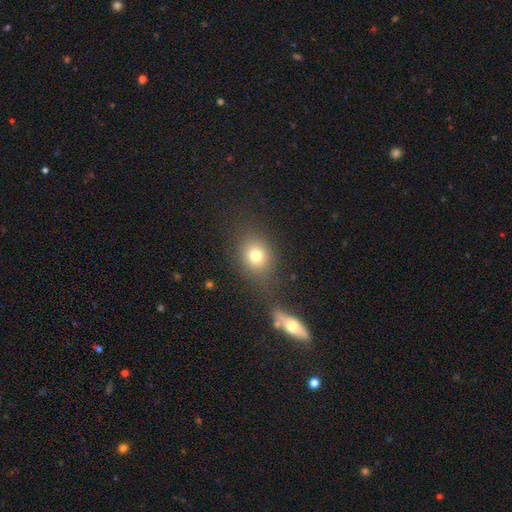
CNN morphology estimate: This appears to be a smooth galaxy with no disk features (75%) that is round (62%). Merging: none (68%).